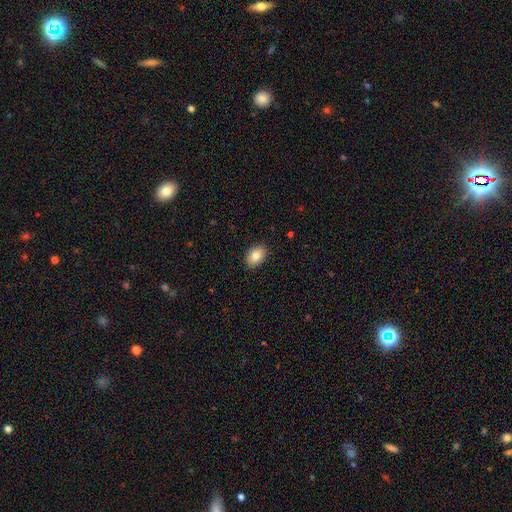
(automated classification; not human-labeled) A smooth galaxy with no disk features (83%) that is in between round and cigar-shaped (86%). Merging: none (89%).